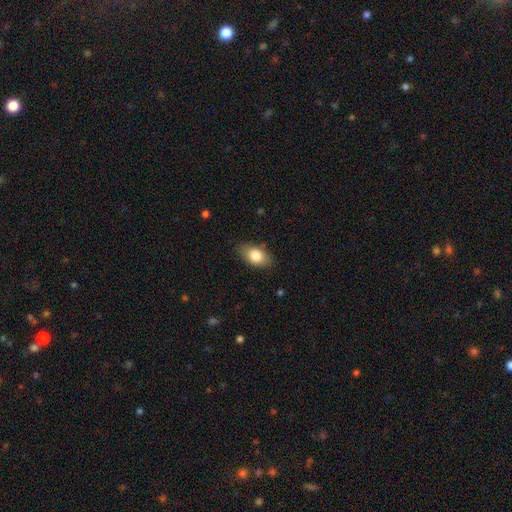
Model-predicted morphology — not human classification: Smooth or featured? Predicted: smooth (p=0.80). How rounded? Predicted: in between (p=0.89). Merging? Predicted: none (p=0.83).